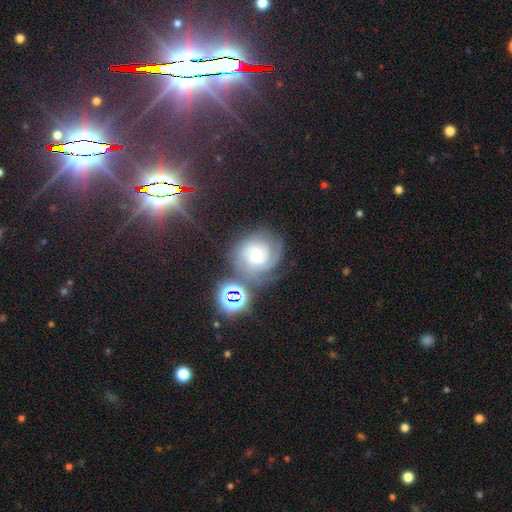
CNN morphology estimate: A featured or disk galaxy (66%) with no bar (65%), 3 (30%) tight (66%) spiral arms (94%) and a moderate central bulge (48%).

Vote fractions:
- Smooth or featured? featured or disk: 66% / star or artifact: 21% / smooth: 14%
- Edge-on disk? no: 97% / yes: 3%
- Bar? no: 65% / weak: 28% / strong: 7%
- Spiral arms? yes: 94% / no: 6%
- Spiral winding? tight: 66% / medium: 28% / loose: 6%
- Spiral arm count? 3: 30% / can't tell: 29% / 2: 19% / 4: 10% / 1: 6% / more than 4: 6%
- Bulge size? moderate: 48% / small: 41% / large: 6% / none: 3% / dominant: 2%
- Merging? none: 67% / minor disturbance: 17% / major disturbance: 10% / merger: 7%